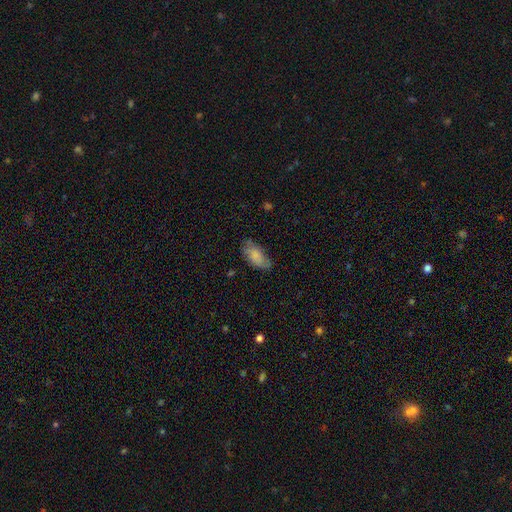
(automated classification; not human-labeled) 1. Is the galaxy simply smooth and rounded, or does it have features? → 79% smooth, 14% featured or disk, 7% star or artifact.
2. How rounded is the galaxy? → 91% in between, 6% cigar-shaped, 3% round.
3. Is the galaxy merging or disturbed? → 67% none, 25% minor disturbance, 7% major disturbance, 2% merger.